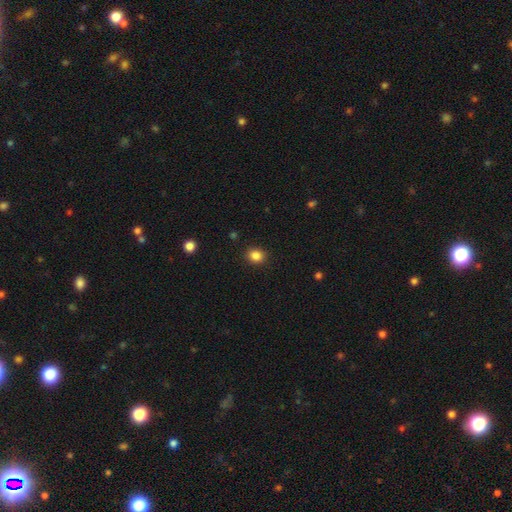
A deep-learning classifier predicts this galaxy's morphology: type=smooth (85%); roundness=round (71%); merging=none (90%).